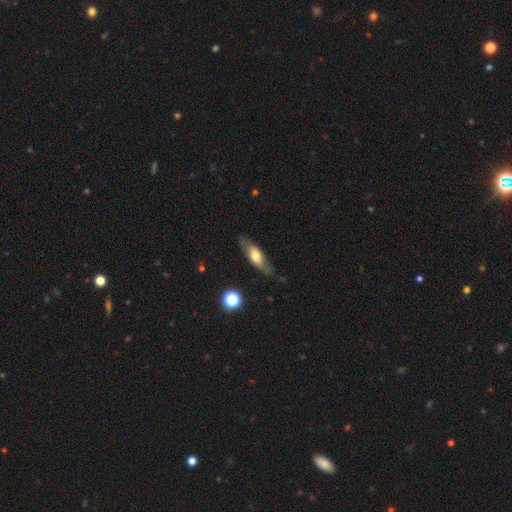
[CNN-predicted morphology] smooth-or-featured: smooth: 51% | featured or disk: 42% | star or artifact: 7%
  how-rounded: in between: 58% | cigar-shaped: 37% | round: 4%
  merging: none: 76% | minor disturbance: 17% | major disturbance: 5% | merger: 2%